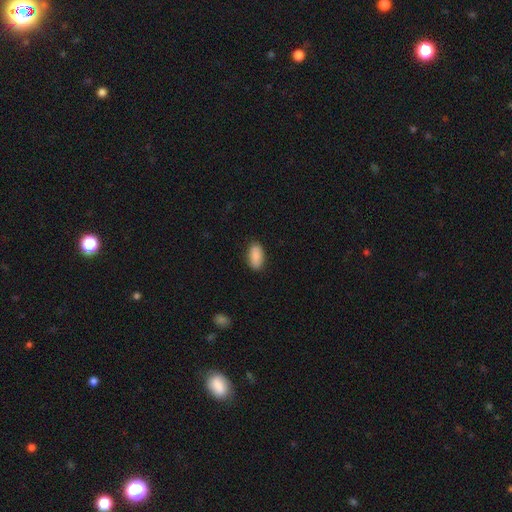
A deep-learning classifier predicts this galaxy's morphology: Smooth or featured?
  - smooth: 87% *
  - star or artifact: 7%
  - featured or disk: 6%
How rounded?
  - in between: 93% *
  - round: 4%
  - cigar-shaped: 3%
Merging?
  - none: 85% *
  - minor disturbance: 12%
  - major disturbance: 2%
  - merger: 1%